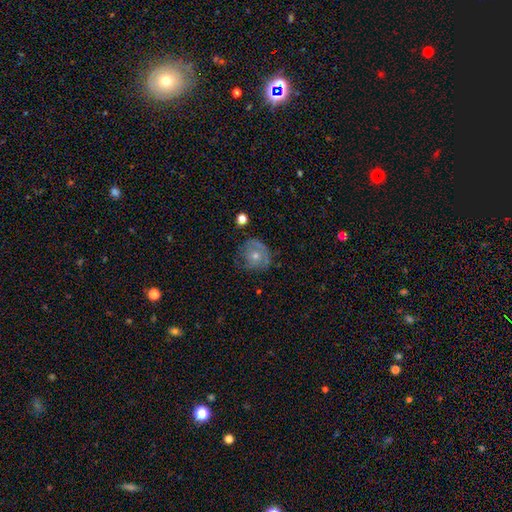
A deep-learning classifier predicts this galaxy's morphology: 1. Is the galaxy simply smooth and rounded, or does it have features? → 59% featured or disk, 30% smooth, 11% star or artifact.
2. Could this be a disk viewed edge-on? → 96% no, 4% yes.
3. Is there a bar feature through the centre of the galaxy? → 85% no, 12% weak, 3% strong.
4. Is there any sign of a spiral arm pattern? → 66% yes, 34% no.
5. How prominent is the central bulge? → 52% moderate, 44% small, 2% large, 1% none, 1% dominant.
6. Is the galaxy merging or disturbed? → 70% none, 20% minor disturbance, 9% major disturbance, 2% merger.